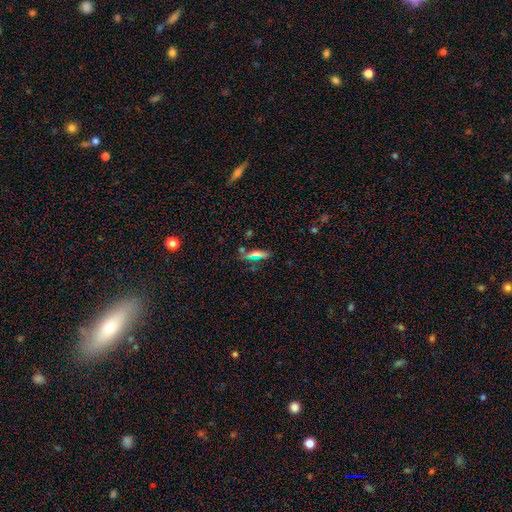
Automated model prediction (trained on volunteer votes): Overall: smooth (50%; featured or disk 36%). How rounded: cigar-shaped (73%). Merging: none (72%).